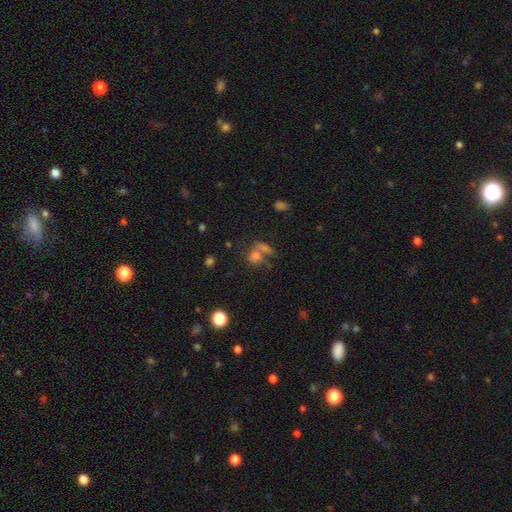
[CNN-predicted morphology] smooth_or_featured: smooth (p=0.67) [alt: star or artifact p=0.19]
how_rounded: round (p=0.49) [alt: in between p=0.47]
merging: merger (p=0.44) [alt: none p=0.36]